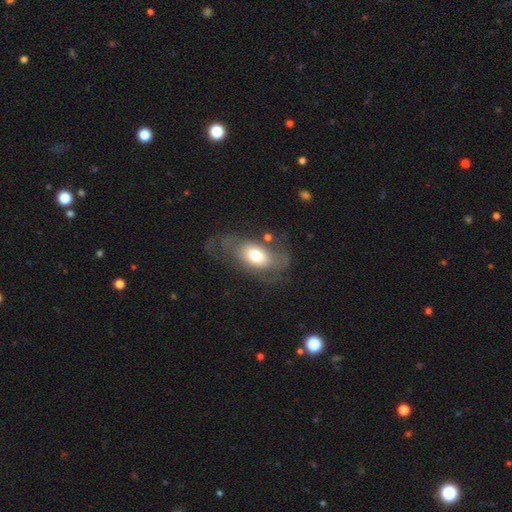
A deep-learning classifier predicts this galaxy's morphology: A smooth galaxy with no disk features (52%) that is in between round and cigar-shaped (85%).

Vote fractions:
- Smooth or featured? smooth: 52% / featured or disk: 41% / star or artifact: 7%
- How rounded? in between: 85% / round: 12% / cigar-shaped: 3%
- Merging? none: 39% / major disturbance: 36% / minor disturbance: 22% / merger: 4%